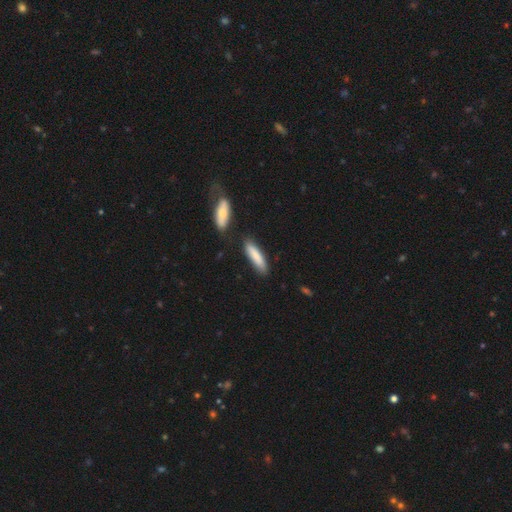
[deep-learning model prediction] Smooth or featured?
  - smooth: 82% *
  - featured or disk: 13%
  - star or artifact: 6%
How rounded?
  - cigar-shaped: 73% *
  - in between: 25%
  - round: 1%
Merging?
  - none: 77% *
  - minor disturbance: 13%
  - merger: 7%
  - major disturbance: 3%